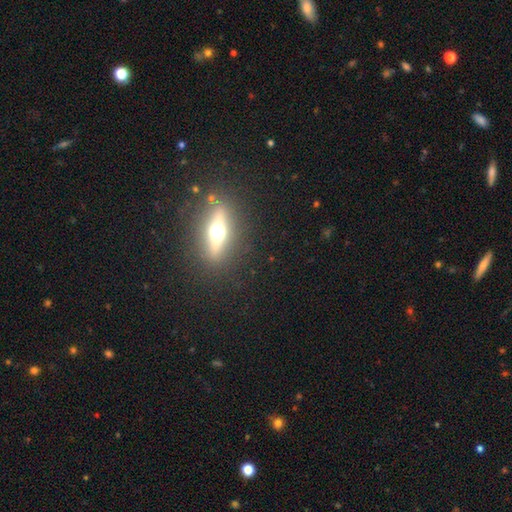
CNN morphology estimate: Overall: featured or disk (56%; smooth 29%). Edge-on disk: yes (81%). Merging: none (85%).